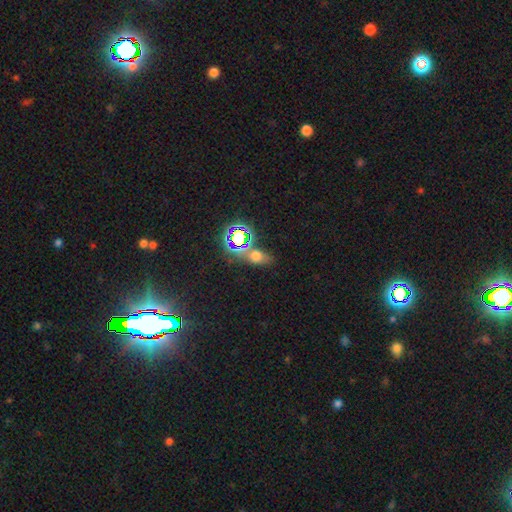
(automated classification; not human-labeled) Smooth or featured? smooth (51%)
How rounded? in between (68%)
Merging? none (65%)